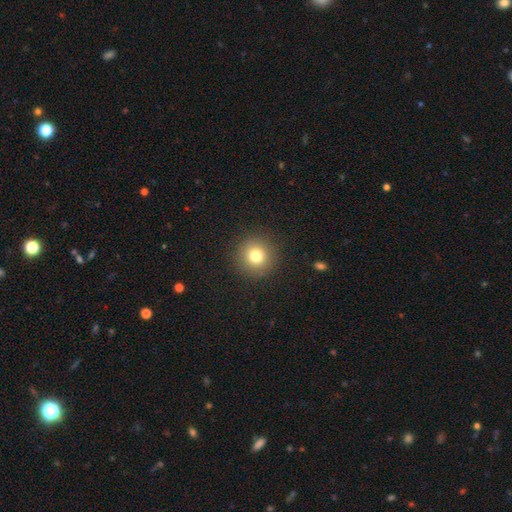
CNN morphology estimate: A smooth galaxy with no disk features (78%) that is round (95%). Merging: none (91%).